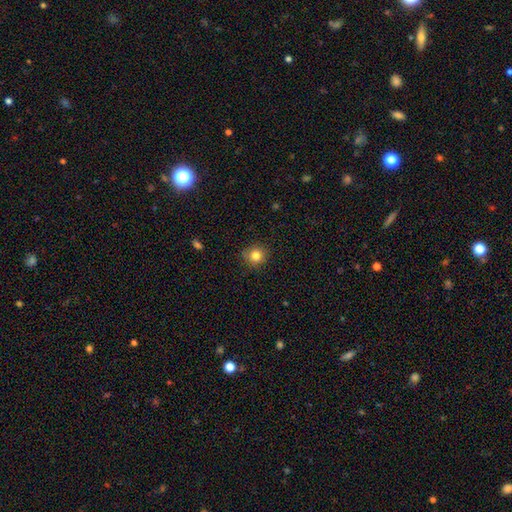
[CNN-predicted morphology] smooth 82%, star or artifact 12%, featured or disk 7%. Down the decision tree: how rounded — round (90%); merging — none (87%).